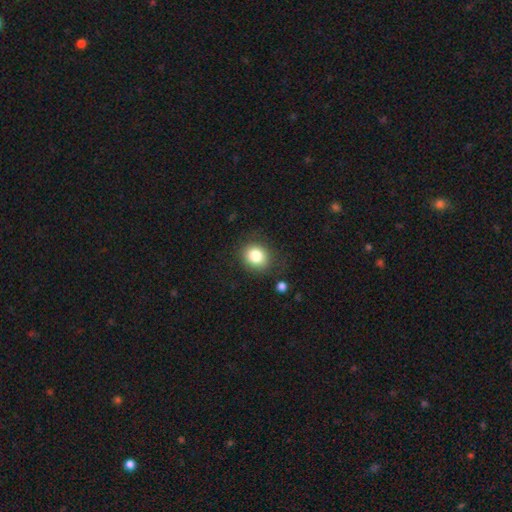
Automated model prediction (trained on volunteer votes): Smooth or featured? Predicted: smooth (p=0.82). How rounded? Predicted: round (p=0.72). Merging? Predicted: none (p=0.81).